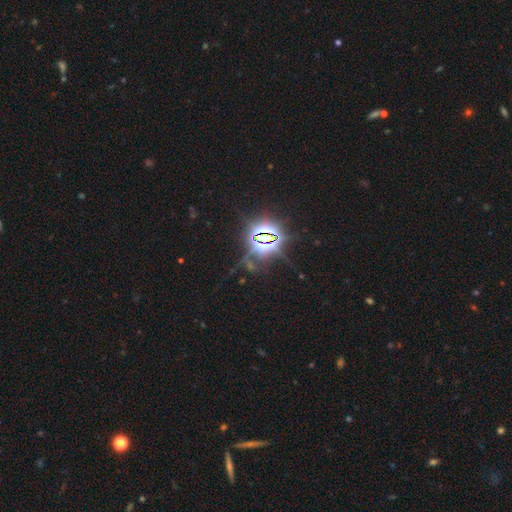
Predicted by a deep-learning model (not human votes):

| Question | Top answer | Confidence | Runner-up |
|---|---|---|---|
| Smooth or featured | star or artifact | 86% | smooth (9%) |